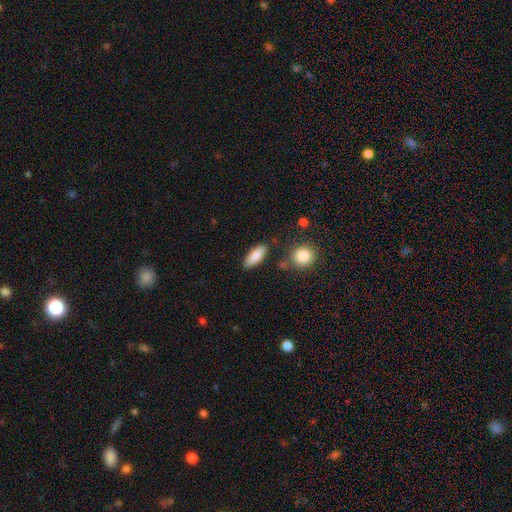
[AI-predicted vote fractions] smooth_or_featured: smooth (p=0.84) [alt: featured or disk p=0.09]
how_rounded: in between (p=0.73) [alt: cigar-shaped p=0.24]
merging: none (p=0.81) [alt: minor disturbance p=0.12]